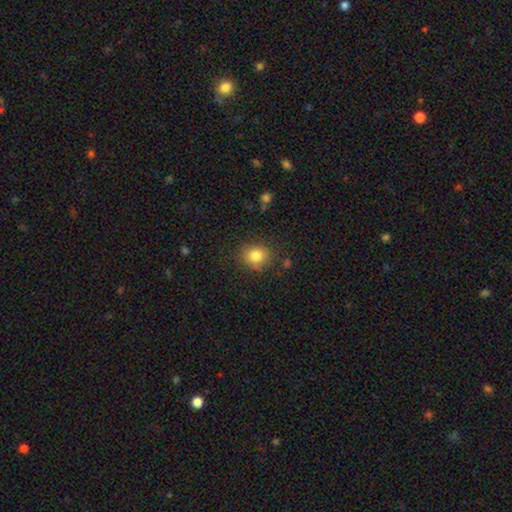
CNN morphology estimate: This appears to be a smooth galaxy with no disk features (82%) that is round (76%). Merging: none (82%).